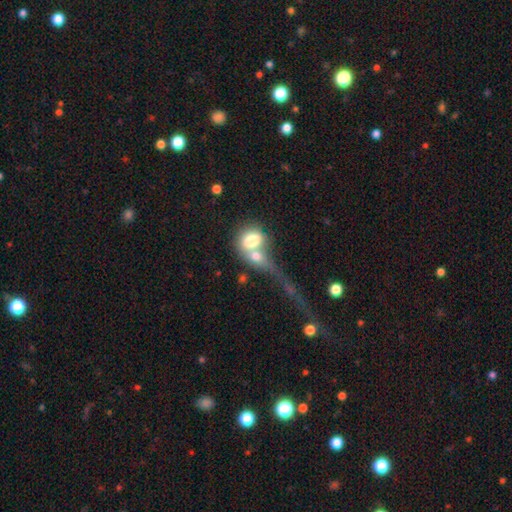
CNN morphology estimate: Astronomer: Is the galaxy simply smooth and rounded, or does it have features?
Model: smooth — 67%.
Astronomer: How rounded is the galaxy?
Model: in between — 60%.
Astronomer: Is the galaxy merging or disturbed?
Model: merger — 64%.